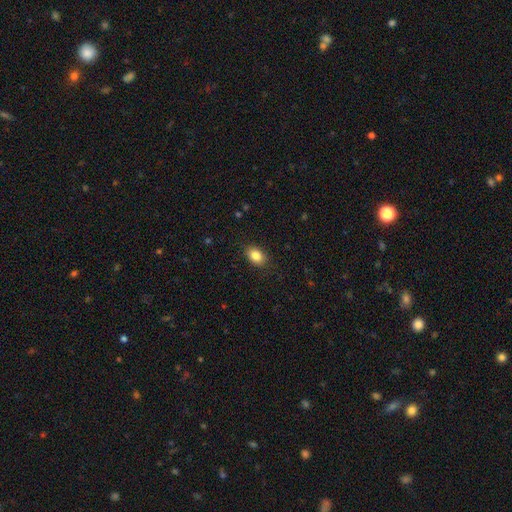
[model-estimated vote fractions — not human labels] Smooth or featured: smooth — 85% (star or artifact — 9%)
How rounded: in between — 80% (round — 19%)
Merging: none — 87% (minor disturbance — 10%)